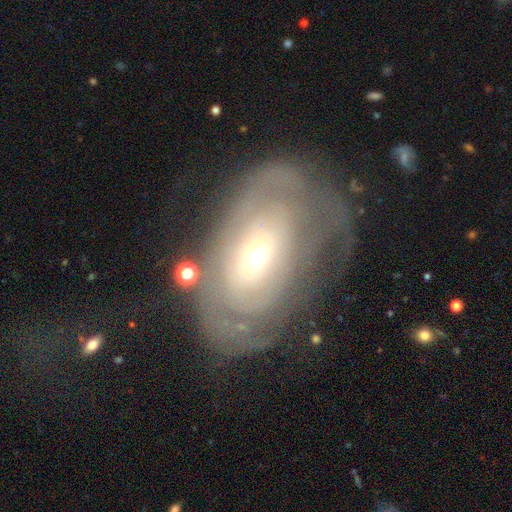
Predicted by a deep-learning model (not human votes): Smooth or featured?
  - featured or disk: 72% *
  - smooth: 21%
  - star or artifact: 7%
Edge-on disk?
  - no: 94% *
  - yes: 6%
Bar?
  - no: 74% *
  - weak: 20%
  - strong: 6%
Spiral arms?
  - yes: 69% *
  - no: 31%
Bulge size?
  - moderate: 47% *
  - small: 46%
  - large: 5%
  - dominant: 1%
  - none: 1%
Merging?
  - none: 54% *
  - minor disturbance: 22%
  - major disturbance: 20%
  - merger: 4%